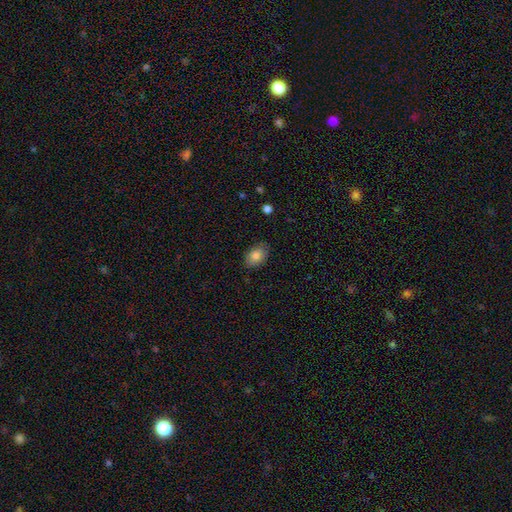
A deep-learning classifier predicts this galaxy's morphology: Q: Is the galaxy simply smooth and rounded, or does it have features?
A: smooth — 83%.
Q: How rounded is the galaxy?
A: in between — 85%.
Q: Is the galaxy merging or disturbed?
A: none — 83%.